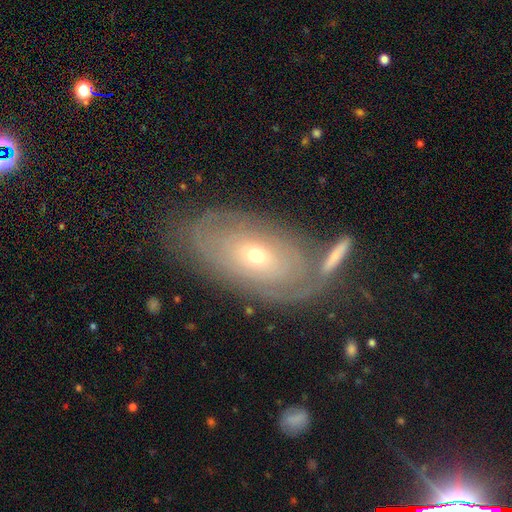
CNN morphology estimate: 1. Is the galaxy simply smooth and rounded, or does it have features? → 66% featured or disk, 26% smooth, 8% star or artifact.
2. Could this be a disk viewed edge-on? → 89% no, 11% yes.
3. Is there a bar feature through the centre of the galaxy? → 85% no, 11% weak, 4% strong.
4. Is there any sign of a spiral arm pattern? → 66% yes, 34% no.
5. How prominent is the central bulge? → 58% small, 38% moderate, 2% large, 1% dominant, 1% none.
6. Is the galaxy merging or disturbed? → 64% none, 17% minor disturbance, 10% merger, 9% major disturbance.